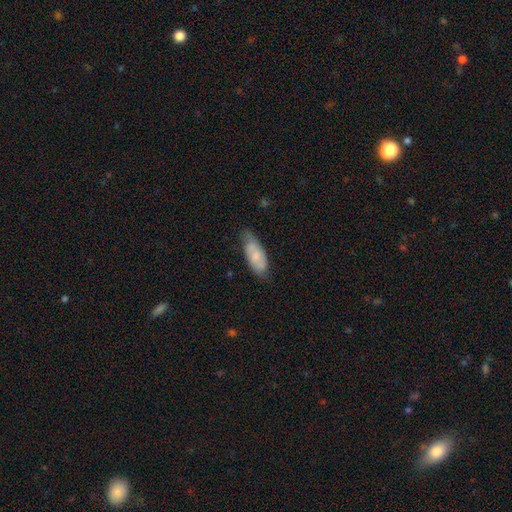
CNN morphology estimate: type=smooth (62%); roundness=in between (81%); merging=none (66%).